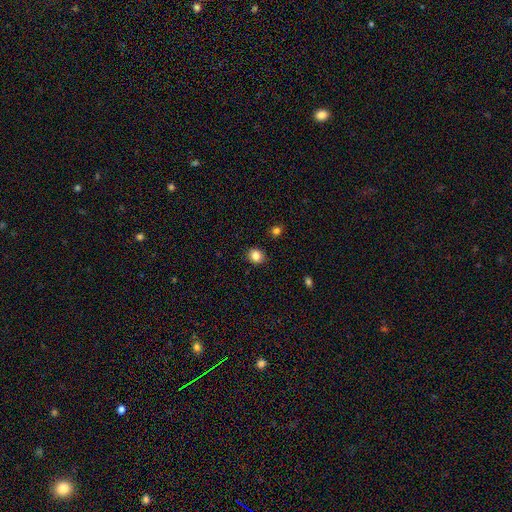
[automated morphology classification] smooth 84%, star or artifact 11%, featured or disk 5%. Down the decision tree: how rounded — round (70%); merging — none (88%).